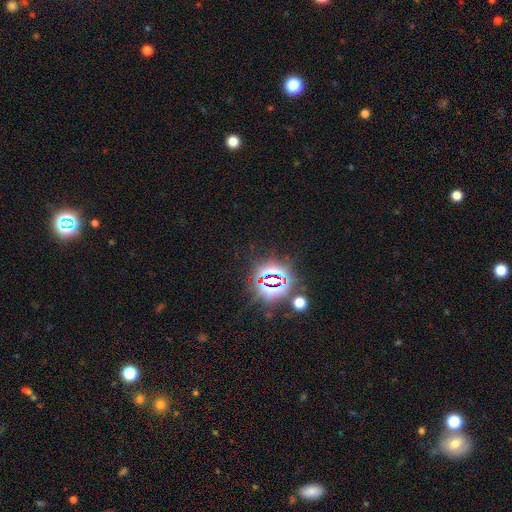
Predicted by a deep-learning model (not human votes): A star or artifact, not a galaxy (82%).

Vote fractions:
- Smooth or featured? star or artifact: 82% / smooth: 11% / featured or disk: 7%